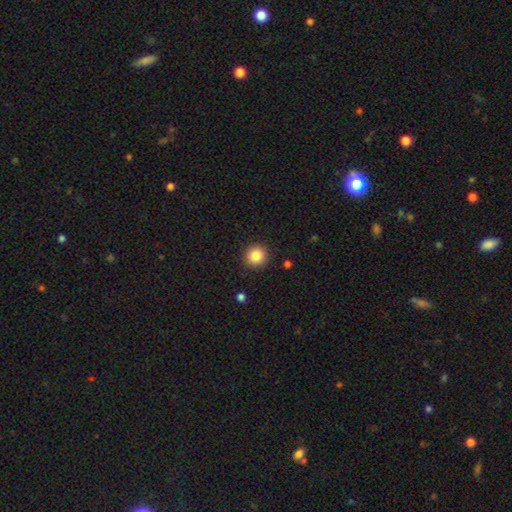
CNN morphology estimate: Smooth or featured?
  - smooth: 84% *
  - star or artifact: 10%
  - featured or disk: 5%
How rounded?
  - round: 94% *
  - in between: 5%
  - cigar-shaped: 1%
Merging?
  - none: 91% *
  - minor disturbance: 6%
  - major disturbance: 2%
  - merger: 1%